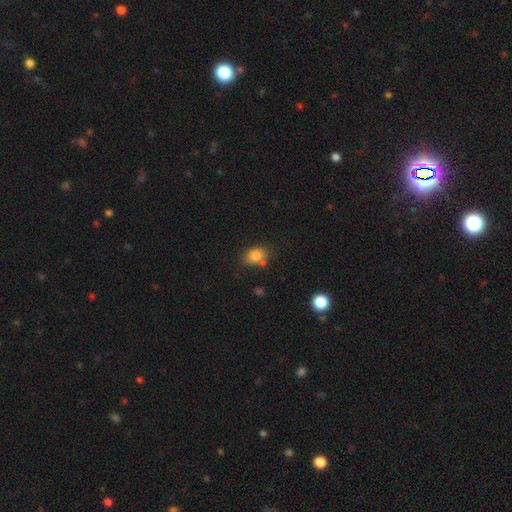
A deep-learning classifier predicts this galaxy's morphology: Q: Smooth or featured?
A: smooth (84%); runner-up: star or artifact (10%)
Q: How rounded?
A: in between (60%); runner-up: round (39%)
Q: Merging?
A: none (61%); runner-up: minor disturbance (20%)